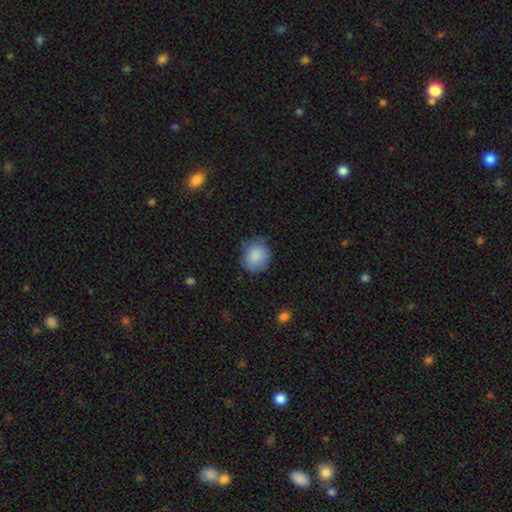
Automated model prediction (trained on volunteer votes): Smooth or featured: smooth — 87% (star or artifact — 7%)
How rounded: round — 80% (in between — 20%)
Merging: none — 74% (minor disturbance — 20%)